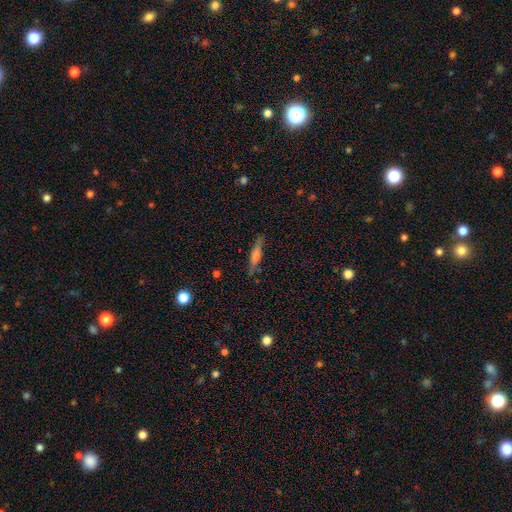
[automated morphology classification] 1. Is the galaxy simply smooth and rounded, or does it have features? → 53% featured or disk, 39% smooth, 8% star or artifact.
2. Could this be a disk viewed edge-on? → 91% yes, 9% no.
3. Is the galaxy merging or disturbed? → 86% none, 11% minor disturbance, 2% major disturbance, 1% merger.